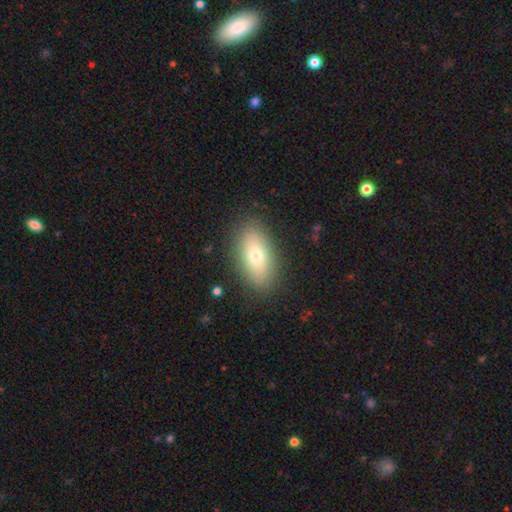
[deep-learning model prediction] Smooth or featured?
  - smooth: 73% *
  - featured or disk: 19%
  - star or artifact: 8%
How rounded?
  - in between: 88% *
  - cigar-shaped: 6%
  - round: 5%
Merging?
  - none: 86% *
  - minor disturbance: 9%
  - major disturbance: 3%
  - merger: 1%